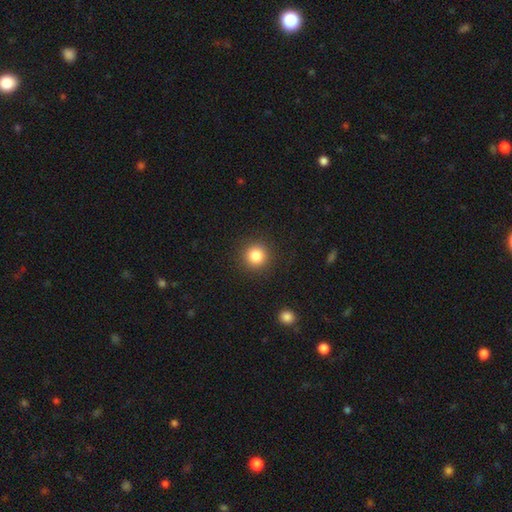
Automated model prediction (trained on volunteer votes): smooth 83%, star or artifact 11%, featured or disk 6%. Down the decision tree: how rounded — round (95%); merging — none (91%).